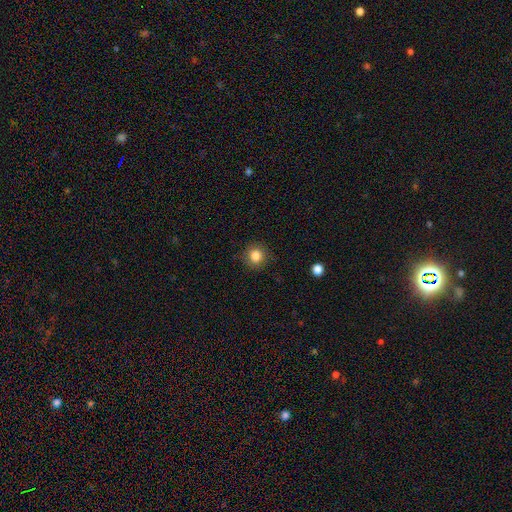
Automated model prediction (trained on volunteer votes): Q: Smooth or featured?
A: smooth (84%); runner-up: star or artifact (10%)
Q: How rounded?
A: round (89%); runner-up: in between (10%)
Q: Merging?
A: none (87%); runner-up: minor disturbance (9%)